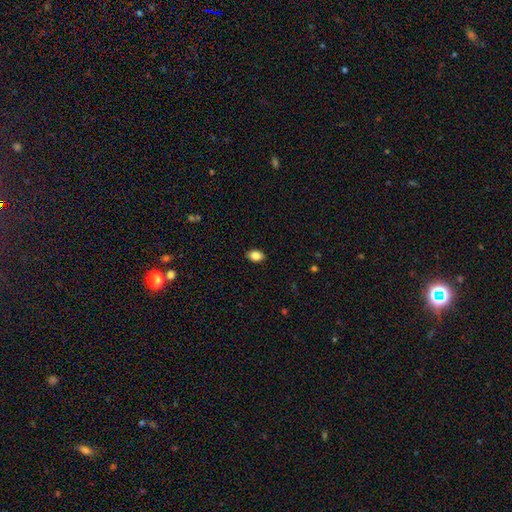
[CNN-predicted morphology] smooth 86%, star or artifact 9%, featured or disk 5%. Down the decision tree: how rounded — in between (83%); merging — none (89%).